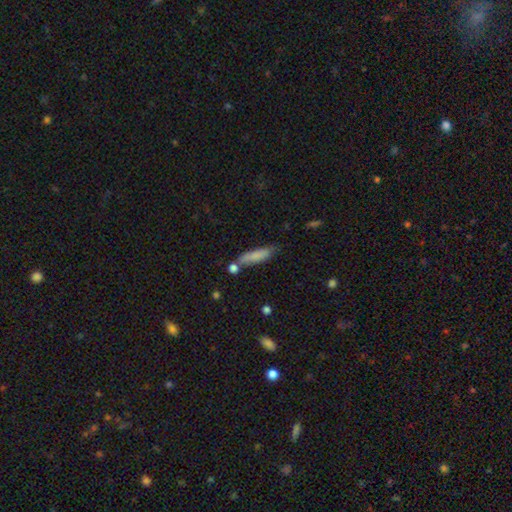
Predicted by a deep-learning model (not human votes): Smooth or featured: smooth — 78% (featured or disk — 15%)
How rounded: cigar-shaped — 68% (in between — 30%)
Merging: none — 63% (minor disturbance — 20%)